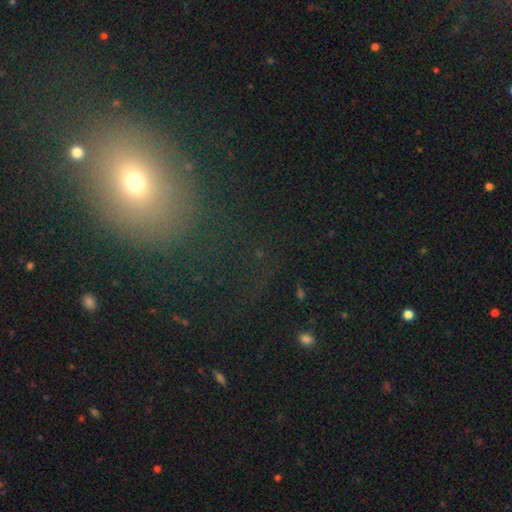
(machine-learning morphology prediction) This is possibly a smooth galaxy (51%). How rounded: possibly round (52%). Merging: likely none (70%).